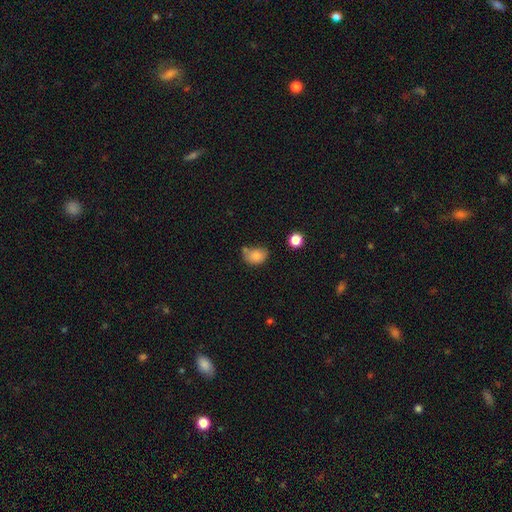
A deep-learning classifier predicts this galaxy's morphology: smooth 83%, star or artifact 10%, featured or disk 7%. Down the decision tree: how rounded — in between (68%); merging — none (50%).